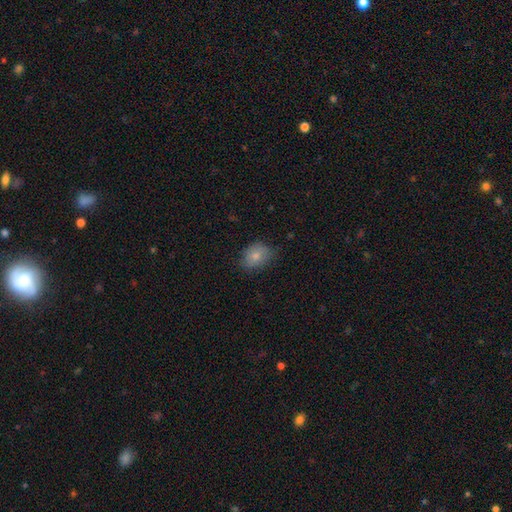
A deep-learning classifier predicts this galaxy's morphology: Smooth or featured? smooth (79%)
How rounded? in between (57%)
Merging? none (69%)